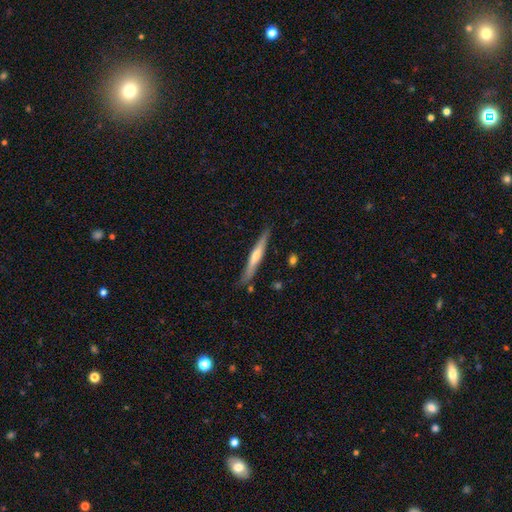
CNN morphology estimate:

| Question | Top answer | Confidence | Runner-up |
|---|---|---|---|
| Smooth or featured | featured or disk | 58% | smooth (37%) |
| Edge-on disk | yes | 95% | no (5%) |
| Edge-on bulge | rounded | 72% | none (23%) |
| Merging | none | 85% | minor disturbance (11%) |